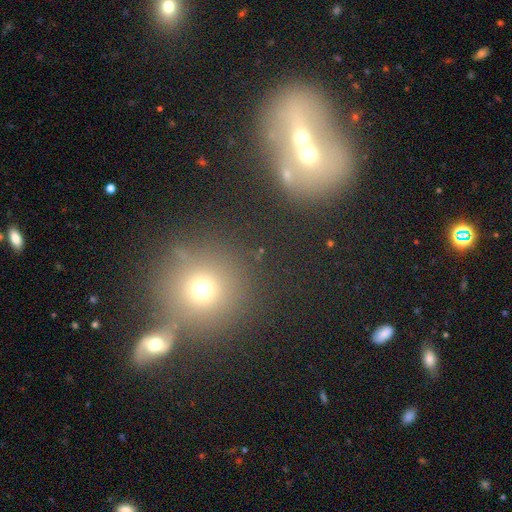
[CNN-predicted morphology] Q: Smooth or featured?
A: smooth (56%); runner-up: star or artifact (28%)
Q: How rounded?
A: round (82%); runner-up: in between (16%)
Q: Merging?
A: none (55%); runner-up: merger (32%)